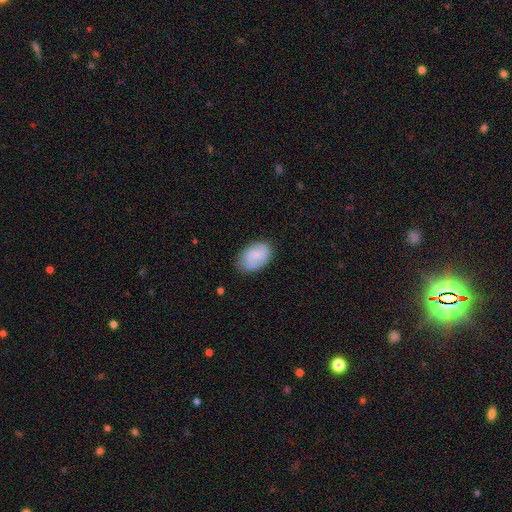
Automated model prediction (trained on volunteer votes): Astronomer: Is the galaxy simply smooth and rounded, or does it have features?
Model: smooth — 52% (runner-up: featured or disk, 41%).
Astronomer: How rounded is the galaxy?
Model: in between — 84%.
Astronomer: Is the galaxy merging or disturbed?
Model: none — 74%.